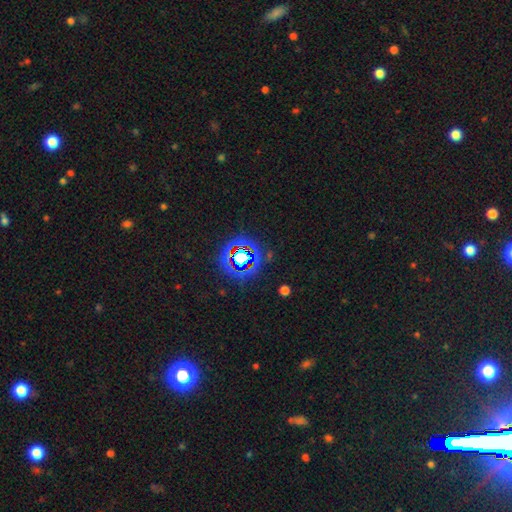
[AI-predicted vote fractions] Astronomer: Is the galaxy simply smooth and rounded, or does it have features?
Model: star or artifact — 73%.